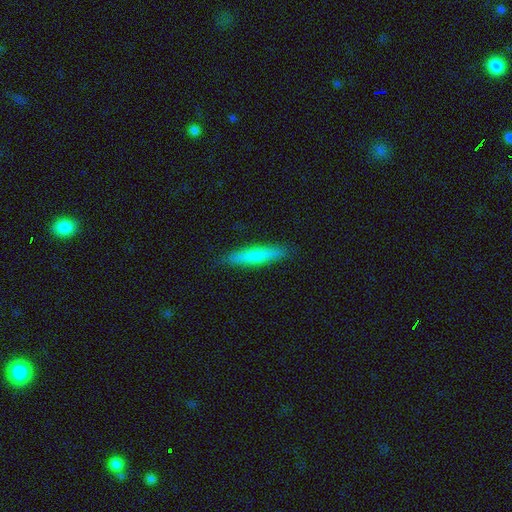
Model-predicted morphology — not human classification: smooth 68%, featured or disk 26%, star or artifact 6%. Down the decision tree: how rounded — cigar-shaped (88%); merging — none (89%).